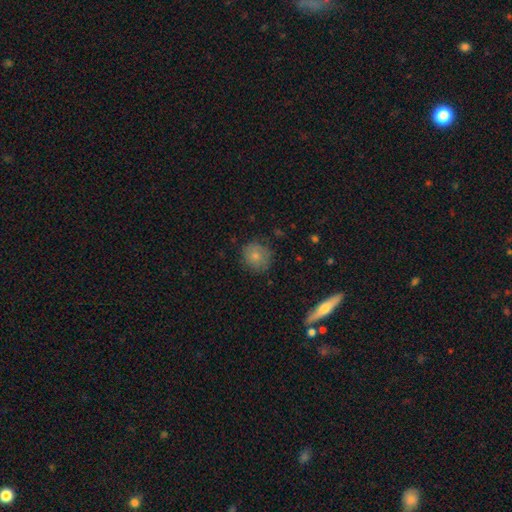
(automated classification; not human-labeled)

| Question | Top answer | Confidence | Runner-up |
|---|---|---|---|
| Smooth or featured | smooth | 79% | featured or disk (12%) |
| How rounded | round | 86% | in between (13%) |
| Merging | none | 78% | minor disturbance (16%) |